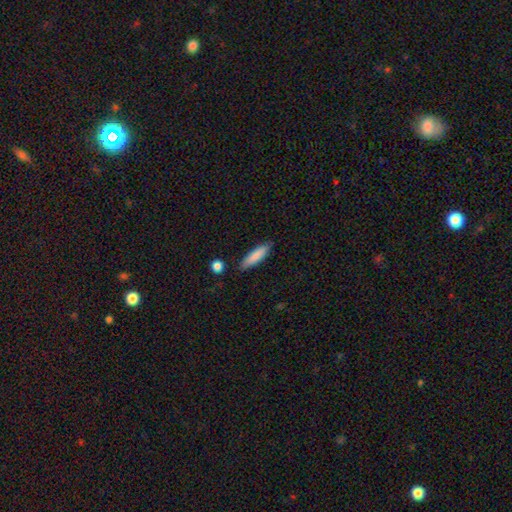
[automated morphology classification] Q: Smooth or featured?
A: smooth (84%); runner-up: featured or disk (10%)
Q: How rounded?
A: cigar-shaped (68%); runner-up: in between (30%)
Q: Merging?
A: none (84%); runner-up: minor disturbance (11%)